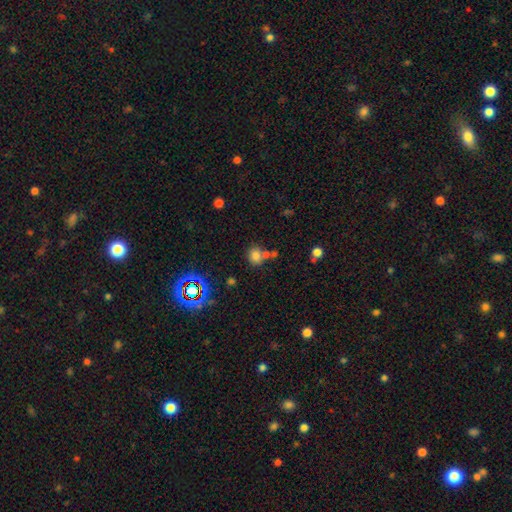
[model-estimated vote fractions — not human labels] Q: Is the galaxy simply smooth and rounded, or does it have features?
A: smooth — 76%.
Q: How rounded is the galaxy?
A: round — 76%.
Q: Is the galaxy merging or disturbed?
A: none — 60%.